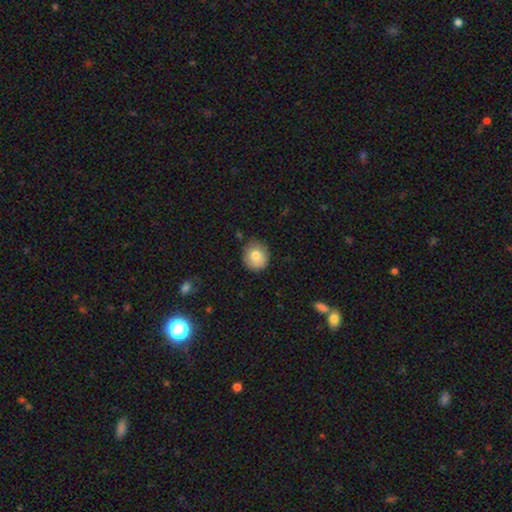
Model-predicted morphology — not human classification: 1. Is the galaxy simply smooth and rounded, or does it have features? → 79% smooth, 12% featured or disk, 9% star or artifact.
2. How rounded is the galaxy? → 86% round, 13% in between, 1% cigar-shaped.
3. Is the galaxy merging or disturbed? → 81% none, 14% minor disturbance, 3% major disturbance, 2% merger.